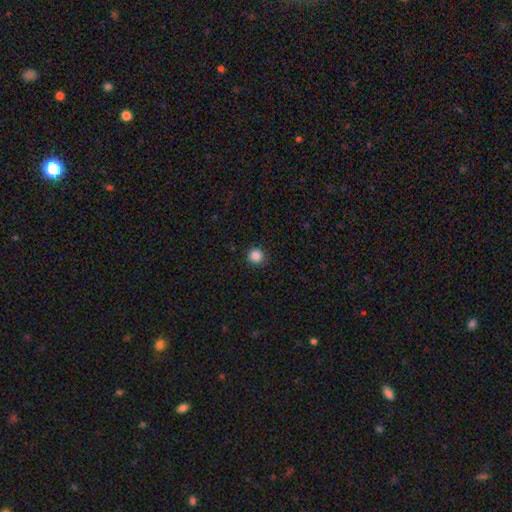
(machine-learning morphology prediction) This appears to be a smooth galaxy with no disk features (87%) that is round (95%). Merging: none (92%).